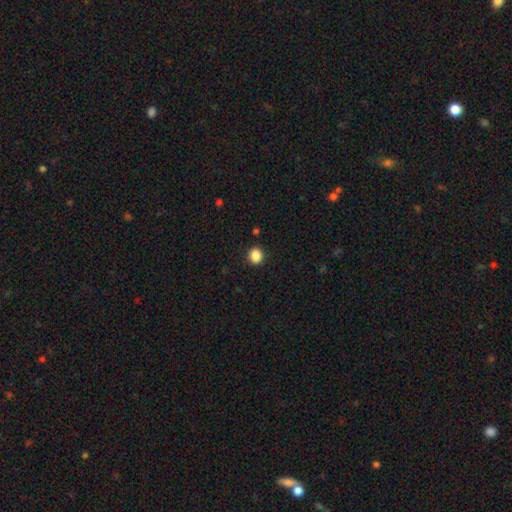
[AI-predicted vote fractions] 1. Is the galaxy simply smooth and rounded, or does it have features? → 87% smooth, 10% star or artifact, 3% featured or disk.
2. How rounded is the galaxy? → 70% round, 29% in between, 1% cigar-shaped.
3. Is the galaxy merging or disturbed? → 91% none, 6% minor disturbance, 2% major disturbance, 1% merger.